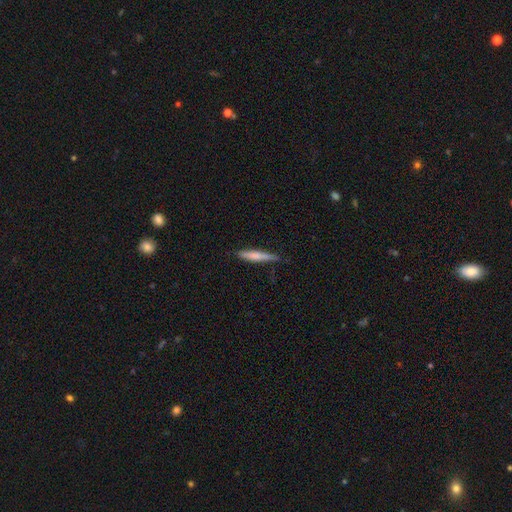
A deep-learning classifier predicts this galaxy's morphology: smooth-or-featured: smooth: 68% | featured or disk: 27% | star or artifact: 6%
  how-rounded: cigar-shaped: 92% | in between: 6% | round: 1%
  merging: none: 77% | minor disturbance: 19% | major disturbance: 3% | merger: 2%